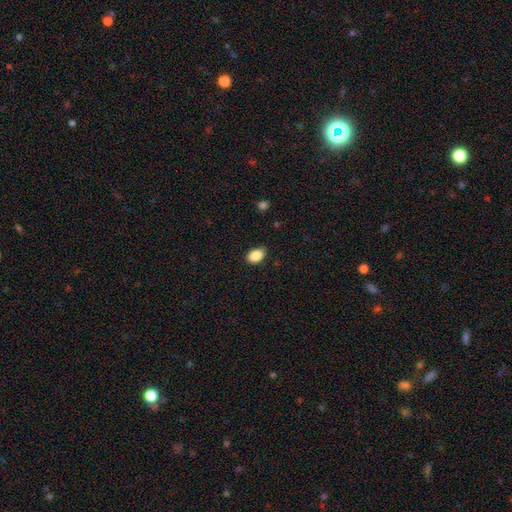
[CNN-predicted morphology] The model was most divided on "merging": none: 83%, minor disturbance: 14%, major disturbance: 2%, merger: 1%. More confident: how rounded — in between (88%); smooth or featured — smooth (87%).